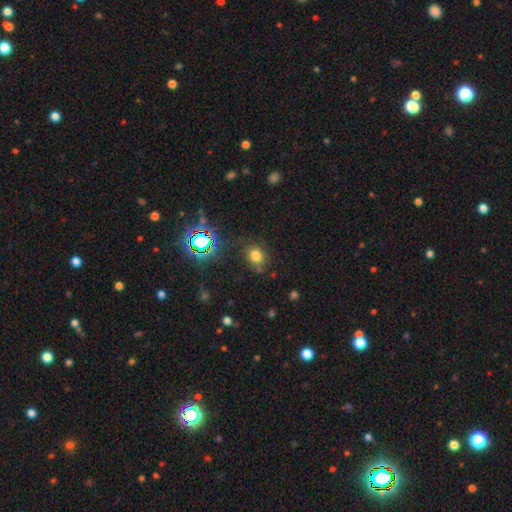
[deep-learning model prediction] This is likely a smooth galaxy (70%). How rounded: likely round (63%). Merging: likely none (73%).